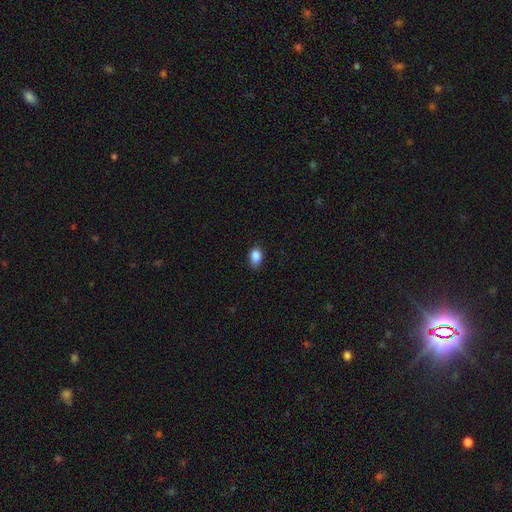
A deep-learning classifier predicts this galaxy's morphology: smooth-or-featured: smooth: 87% | star or artifact: 9% | featured or disk: 4%
  how-rounded: in between: 80% | round: 18% | cigar-shaped: 1%
  merging: none: 76% | minor disturbance: 20% | major disturbance: 3% | merger: 1%